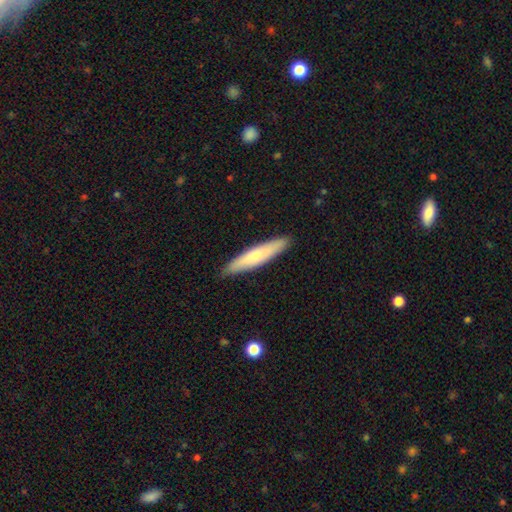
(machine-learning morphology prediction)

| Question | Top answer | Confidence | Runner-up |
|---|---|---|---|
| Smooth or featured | smooth | 61% | featured or disk (34%) |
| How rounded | cigar-shaped | 85% | in between (13%) |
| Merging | none | 90% | minor disturbance (8%) |